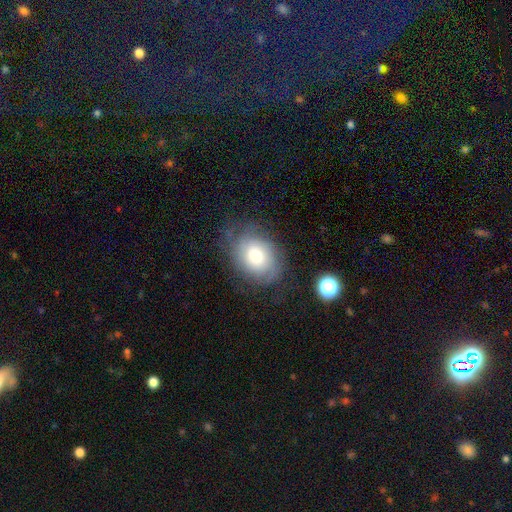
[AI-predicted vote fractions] Morphology: type=featured or disk (50%); merging=none (65%).